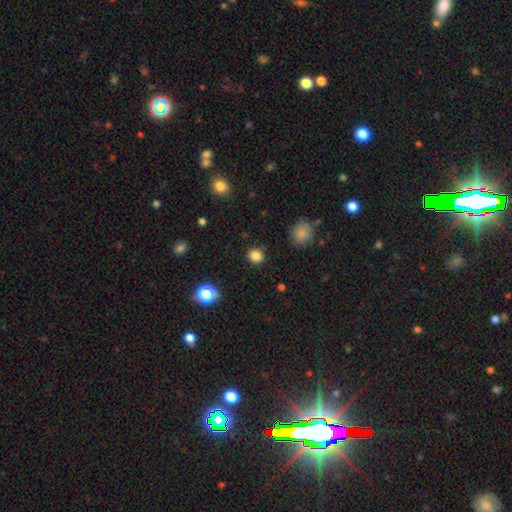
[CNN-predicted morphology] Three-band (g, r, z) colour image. It shows a smooth galaxy with no disk features (83%) that is round (86%). Merging: none (89%).